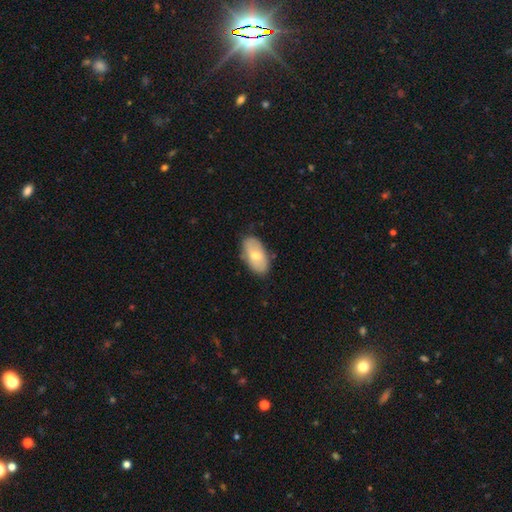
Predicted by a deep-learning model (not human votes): smooth 63%, featured or disk 31%, star or artifact 6%. Down the decision tree: how rounded — in between (94%); merging — none (79%).